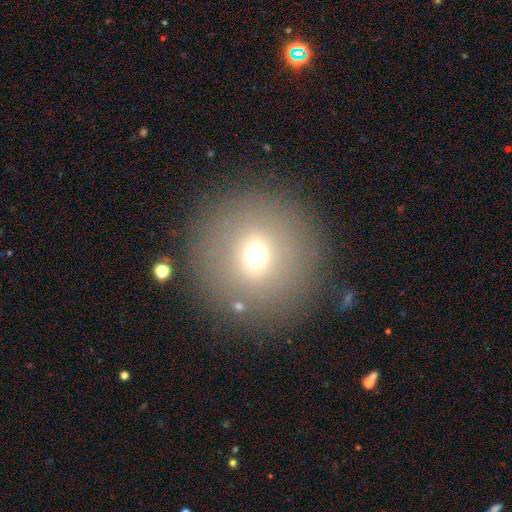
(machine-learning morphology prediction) Smooth or featured?
  - smooth: 64% *
  - star or artifact: 18%
  - featured or disk: 18%
How rounded?
  - round: 94% *
  - in between: 5%
  - cigar-shaped: 1%
Merging?
  - none: 86% *
  - minor disturbance: 7%
  - major disturbance: 4%
  - merger: 2%